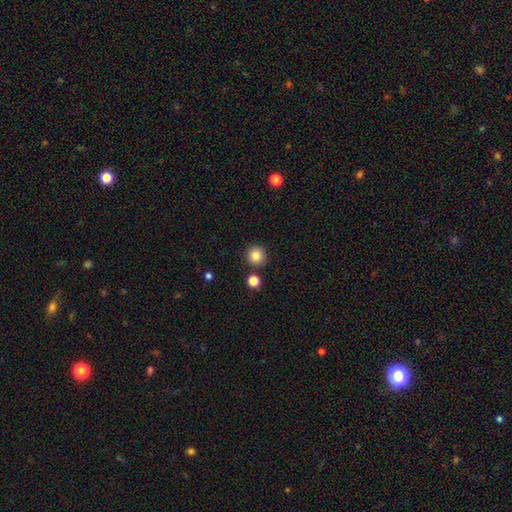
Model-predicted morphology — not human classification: Smooth or featured? Predicted: smooth (p=0.85). How rounded? Predicted: round (p=0.95). Merging? Predicted: none (p=0.89).